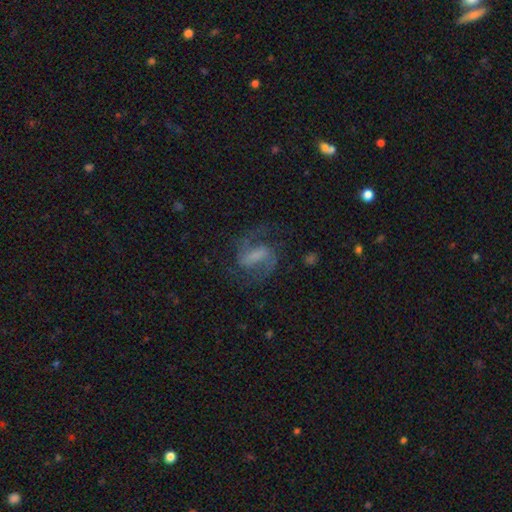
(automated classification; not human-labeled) Morphology: type=featured or disk (80%); edge-on=no (97%); bar=strong (49%); spiral arms=yes (95%); winding=medium (58%); arm count=2 (92%); bulge=none (42%); merging=none (70%).